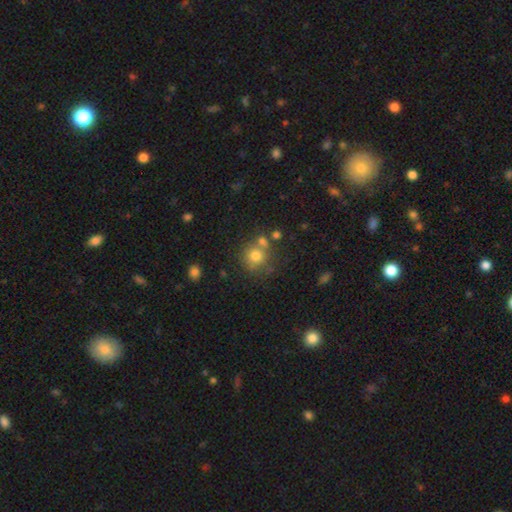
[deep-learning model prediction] Smooth or featured? smooth (76%)
How rounded? round (89%)
Merging? none (61%)